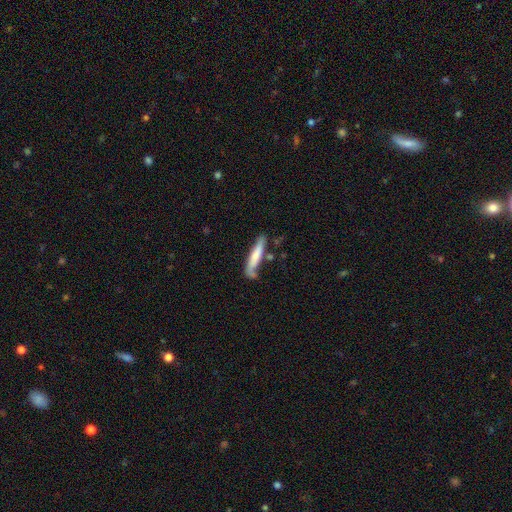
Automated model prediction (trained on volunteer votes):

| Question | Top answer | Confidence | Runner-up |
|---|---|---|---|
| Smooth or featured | smooth | 65% | featured or disk (29%) |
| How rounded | cigar-shaped | 87% | in between (11%) |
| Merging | none | 57% | minor disturbance (23%) |